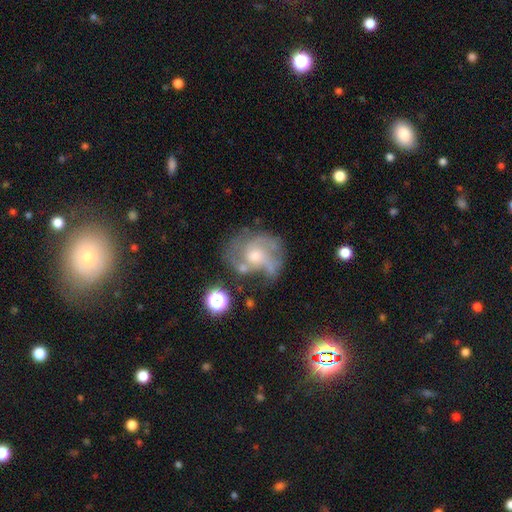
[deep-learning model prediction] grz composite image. It shows a featured or disk galaxy (74%) with no bar (73%), medium (46%) spiral arms (84%) and a moderate central bulge (56%). Merging: none (47%).